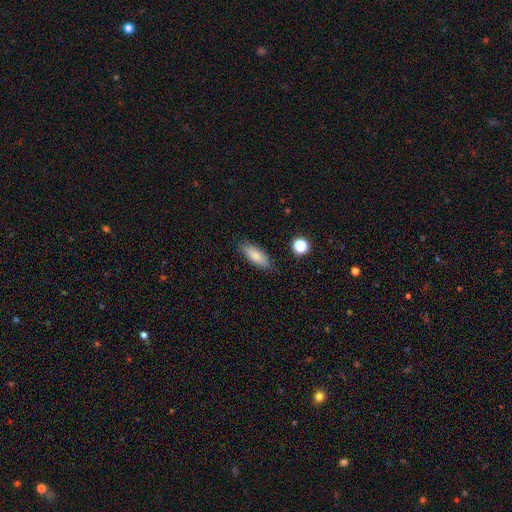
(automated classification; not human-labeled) smooth 81%, featured or disk 11%, star or artifact 7%. Down the decision tree: how rounded — in between (66%); merging — none (84%).